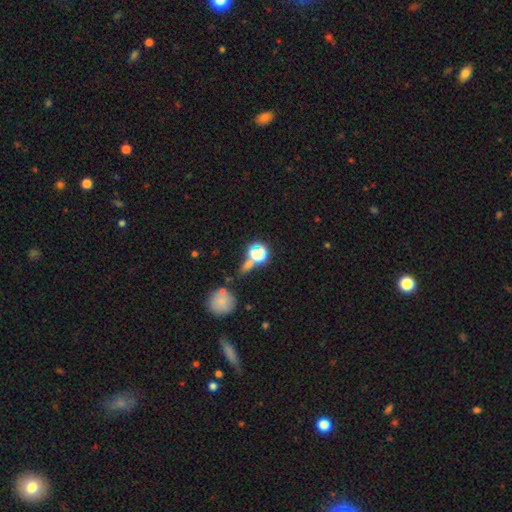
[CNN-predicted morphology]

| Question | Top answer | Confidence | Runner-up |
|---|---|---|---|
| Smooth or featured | smooth | 50% | star or artifact (40%) |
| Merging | none | 64% | merger (19%) |